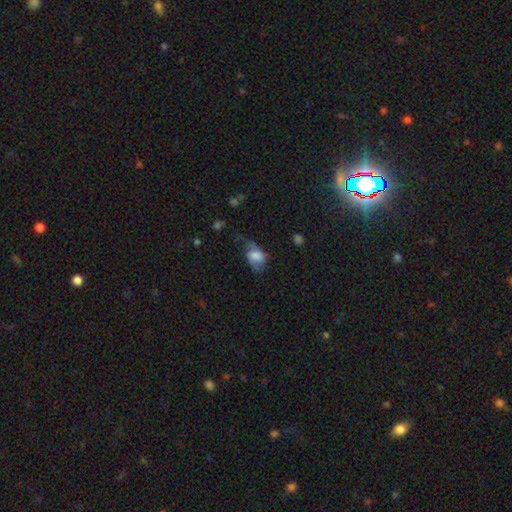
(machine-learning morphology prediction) Smooth or featured?
  - smooth: 58% *
  - featured or disk: 33%
  - star or artifact: 9%
How rounded?
  - in between: 84% *
  - round: 14%
  - cigar-shaped: 2%
Merging?
  - none: 34% *
  - major disturbance: 32%
  - minor disturbance: 31%
  - merger: 3%